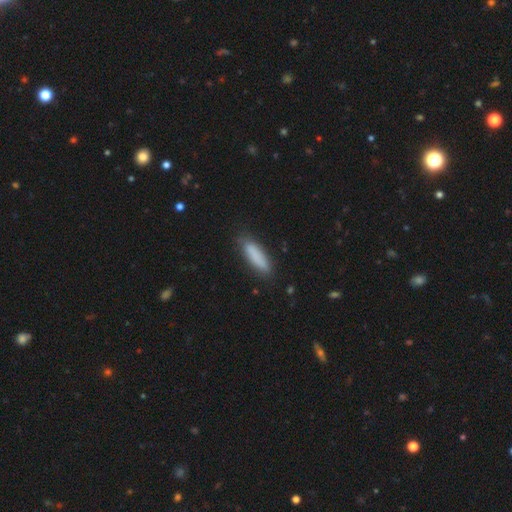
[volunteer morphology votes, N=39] smooth 79%, featured or disk 15%, star or artifact 5%. Down the decision tree: how rounded — cigar-shaped (58%); merging — none (65%).